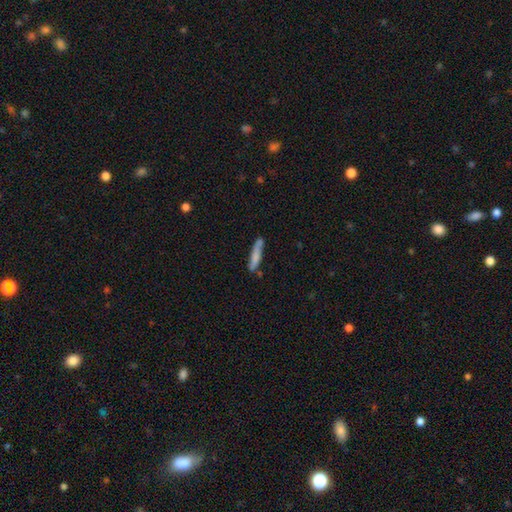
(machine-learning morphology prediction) This appears to be a smooth galaxy with no disk features (68%) that is cigar-shaped (90%). Merging: none (70%).